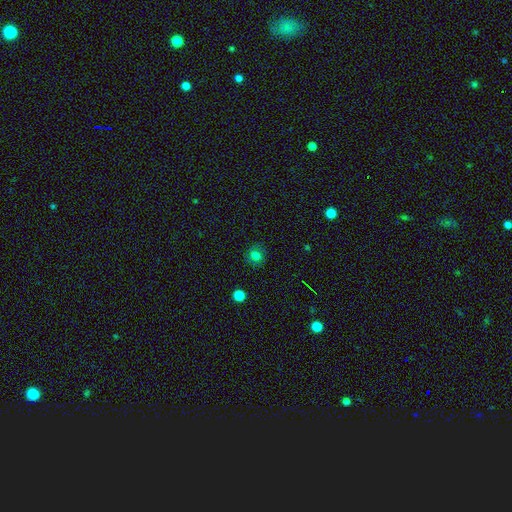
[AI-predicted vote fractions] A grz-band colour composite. It shows a smooth galaxy with no disk features (76%) that is round (80%). Merging: none (83%).